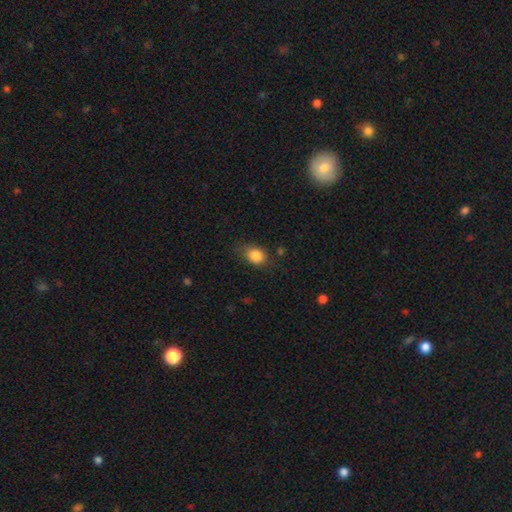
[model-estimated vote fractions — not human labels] A smooth galaxy with no disk features (85%) that is in between round and cigar-shaped (61%).

Vote fractions:
- Smooth or featured? smooth: 85% / star or artifact: 9% / featured or disk: 6%
- How rounded? in between: 61% / round: 38% / cigar-shaped: 1%
- Merging? none: 73% / minor disturbance: 20% / major disturbance: 5% / merger: 2%